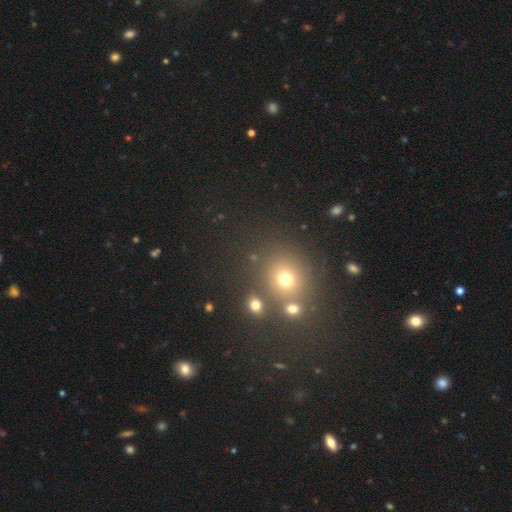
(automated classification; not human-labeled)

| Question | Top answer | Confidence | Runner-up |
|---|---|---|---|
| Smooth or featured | smooth | 49% | star or artifact (41%) |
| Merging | none | 71% | merger (16%) |